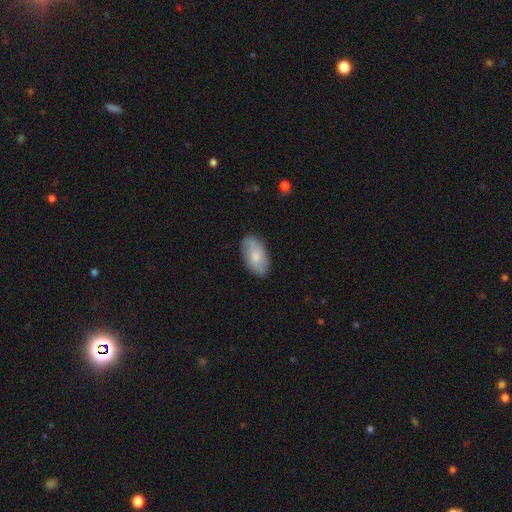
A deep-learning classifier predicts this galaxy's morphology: A smooth galaxy with no disk features (67%) that is in between round and cigar-shaped (93%). Merging: none (83%).